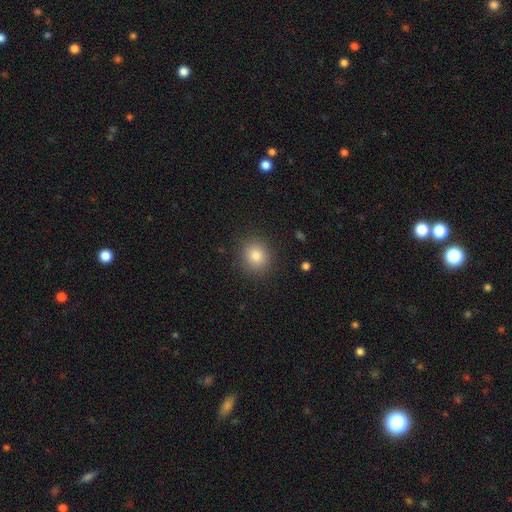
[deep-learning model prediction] Q: Smooth or featured?
A: smooth (82%); runner-up: star or artifact (11%)
Q: How rounded?
A: round (72%); runner-up: in between (27%)
Q: Merging?
A: none (88%); runner-up: minor disturbance (8%)